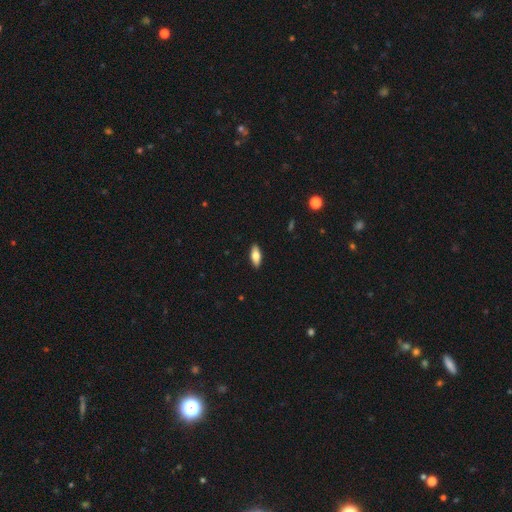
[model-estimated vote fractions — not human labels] smooth 73%, featured or disk 20%, star or artifact 6%. Down the decision tree: how rounded — in between (78%); merging — none (90%).